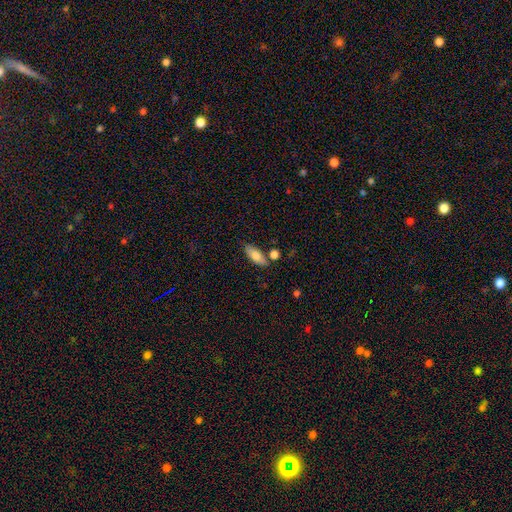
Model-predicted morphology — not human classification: Smooth or featured: smooth — 77% (featured or disk — 17%)
How rounded: in between — 74% (cigar-shaped — 23%)
Merging: none — 72% (minor disturbance — 15%)